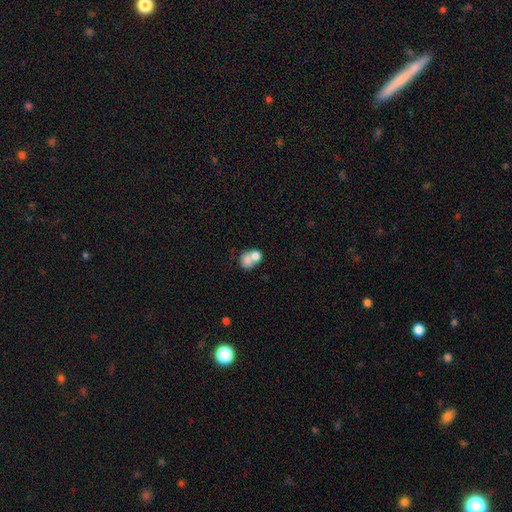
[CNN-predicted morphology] Smooth or featured?
  - smooth: 64% *
  - featured or disk: 19%
  - star or artifact: 17%
How rounded?
  - round: 54% *
  - in between: 44%
  - cigar-shaped: 2%
Merging?
  - merger: 45% *
  - none: 35%
  - minor disturbance: 11%
  - major disturbance: 8%